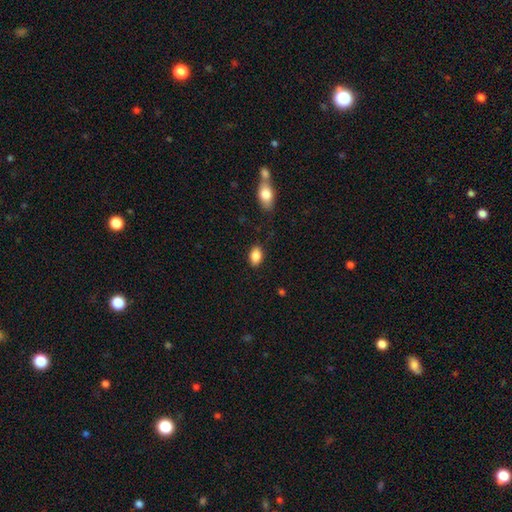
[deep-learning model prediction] A smooth galaxy with no disk features (87%) that is in between round and cigar-shaped (89%).

Vote fractions:
- Smooth or featured? smooth: 87% / star or artifact: 8% / featured or disk: 6%
- How rounded? in between: 89% / round: 8% / cigar-shaped: 2%
- Merging? none: 85% / minor disturbance: 11% / major disturbance: 3% / merger: 1%